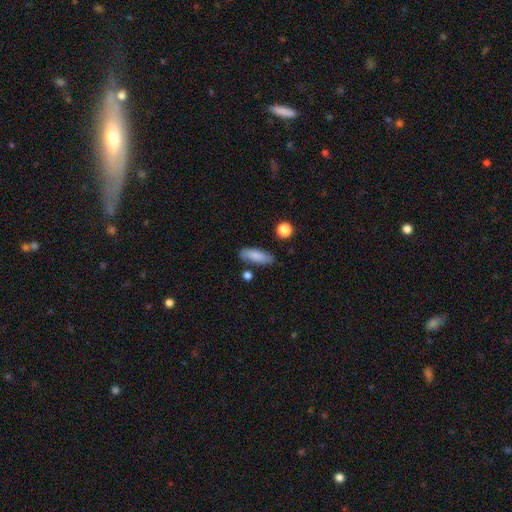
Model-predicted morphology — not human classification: type=smooth (81%); roundness=in between (66%); merging=none (78%).